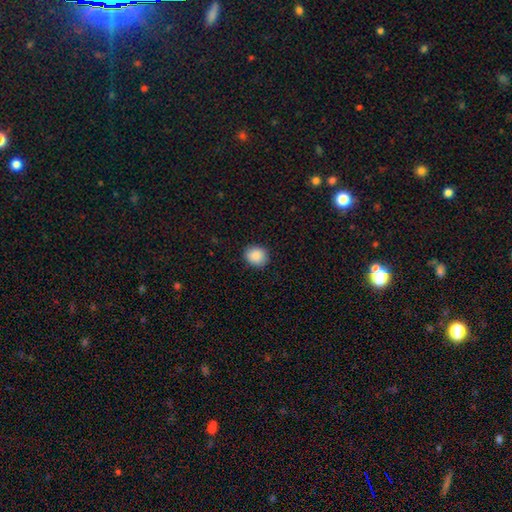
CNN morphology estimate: Smooth or featured? smooth (89%)
How rounded? round (77%)
Merging? none (90%)